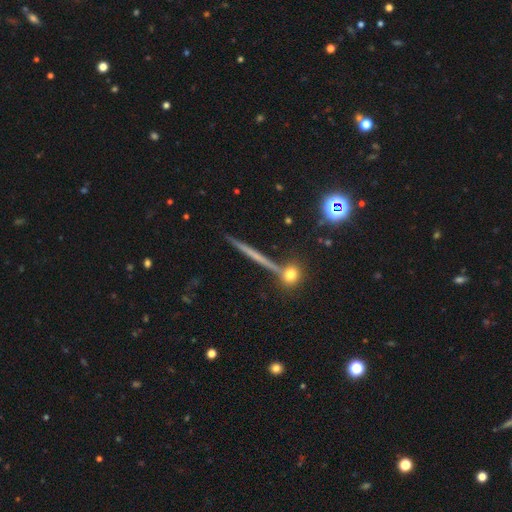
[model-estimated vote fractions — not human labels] Smooth or featured: featured or disk — 54% (smooth — 35%)
Edge-on disk: yes — 96% (no — 4%)
Edge-on bulge: none — 84% (rounded — 11%)
Merging: none — 85% (minor disturbance — 8%)